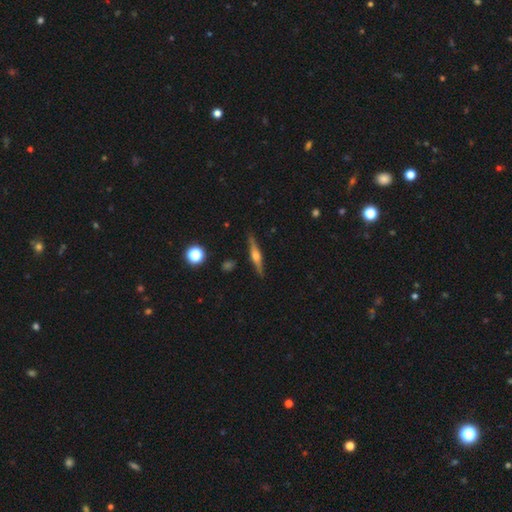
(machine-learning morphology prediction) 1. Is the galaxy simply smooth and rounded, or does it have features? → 74% featured or disk, 19% smooth, 7% star or artifact.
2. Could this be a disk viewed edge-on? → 98% yes, 2% no.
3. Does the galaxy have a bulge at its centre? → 93% rounded, 5% boxy, 3% none.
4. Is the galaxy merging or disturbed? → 90% none, 7% minor disturbance, 2% major disturbance, 1% merger.